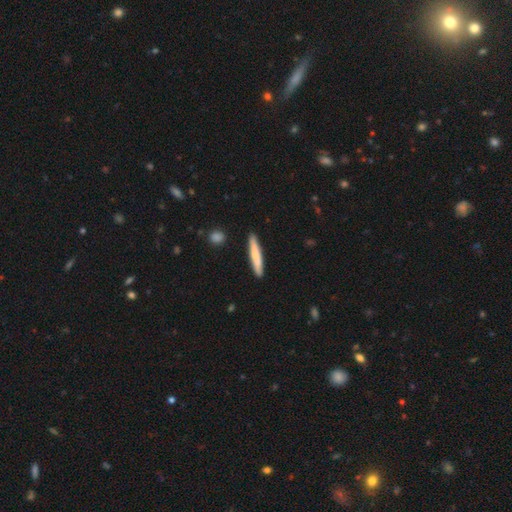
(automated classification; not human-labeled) A smooth galaxy with no disk features (72%) that is cigar-shaped (94%).

Vote fractions:
- Smooth or featured? smooth: 72% / featured or disk: 23% / star or artifact: 5%
- How rounded? cigar-shaped: 94% / in between: 5% / round: 1%
- Merging? none: 89% / minor disturbance: 8% / merger: 2% / major disturbance: 1%